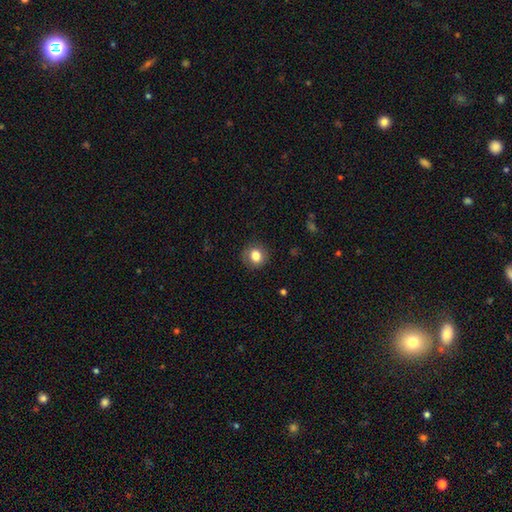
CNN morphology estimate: Smooth or featured? Predicted: smooth (p=0.81). How rounded? Predicted: round (p=0.79). Merging? Predicted: none (p=0.86).